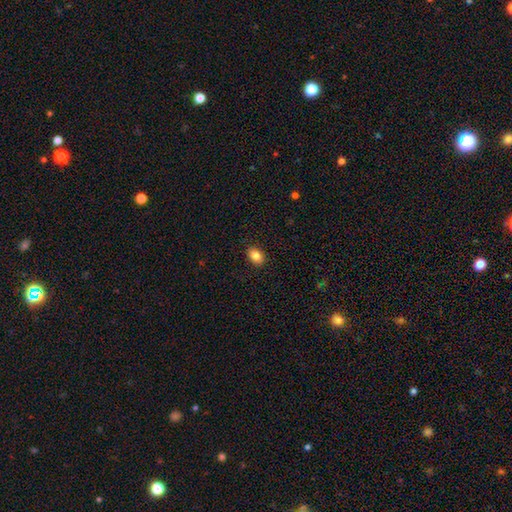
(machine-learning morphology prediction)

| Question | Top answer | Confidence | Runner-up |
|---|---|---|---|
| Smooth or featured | smooth | 84% | star or artifact (9%) |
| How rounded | in between | 79% | round (20%) |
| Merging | none | 90% | minor disturbance (8%) |